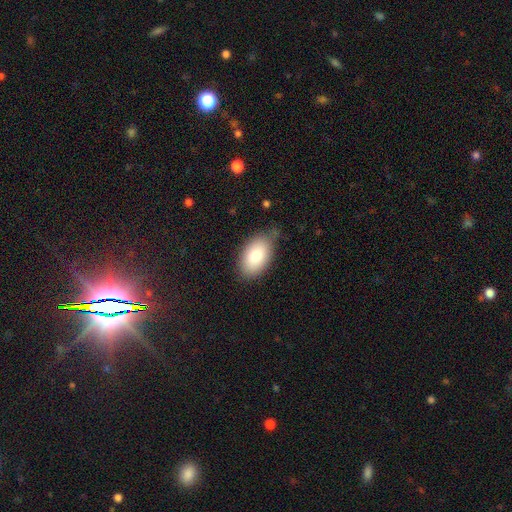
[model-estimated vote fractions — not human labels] Smooth or featured: smooth — 80% (featured or disk — 13%)
How rounded: in between — 92% (round — 7%)
Merging: none — 72% (minor disturbance — 21%)